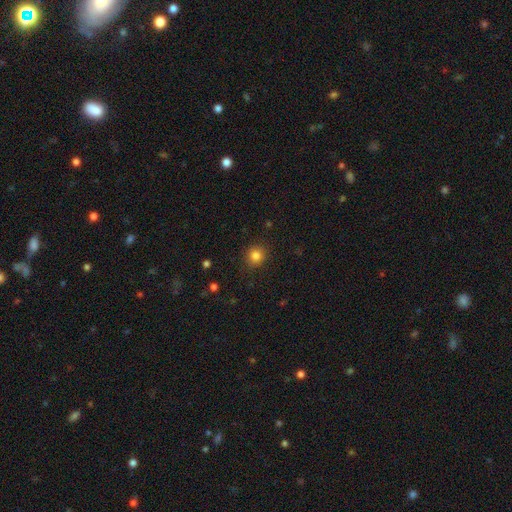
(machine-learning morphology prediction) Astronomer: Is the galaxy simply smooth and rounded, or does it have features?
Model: smooth — 83%.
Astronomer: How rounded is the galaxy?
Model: round — 89%.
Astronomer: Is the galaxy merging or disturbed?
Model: none — 89%.